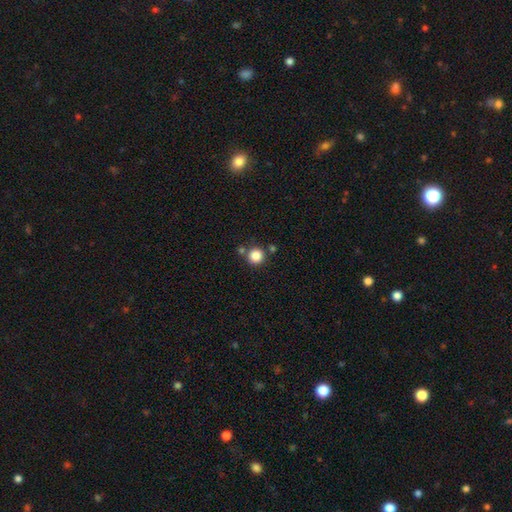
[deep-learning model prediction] smooth 85%, star or artifact 11%, featured or disk 4%. Down the decision tree: how rounded — round (95%); merging — none (78%).